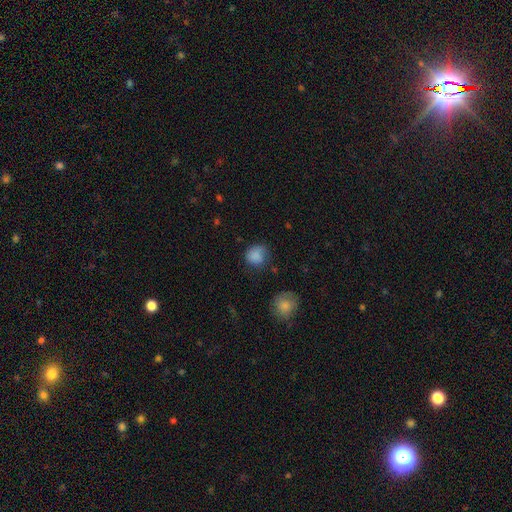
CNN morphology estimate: The model was most divided on "merging": none: 62%, minor disturbance: 26%, major disturbance: 9%, merger: 3%. More confident: smooth or featured — smooth (84%); how rounded — round (81%).